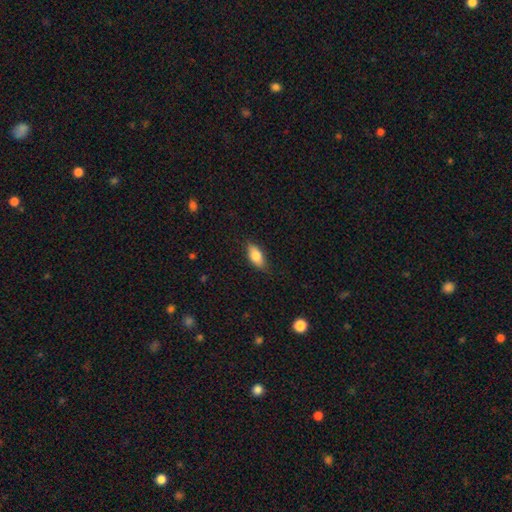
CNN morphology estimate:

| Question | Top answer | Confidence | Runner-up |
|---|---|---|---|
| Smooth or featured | smooth | 80% | featured or disk (13%) |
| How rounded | in between | 87% | cigar-shaped (9%) |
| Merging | none | 82% | minor disturbance (15%) |